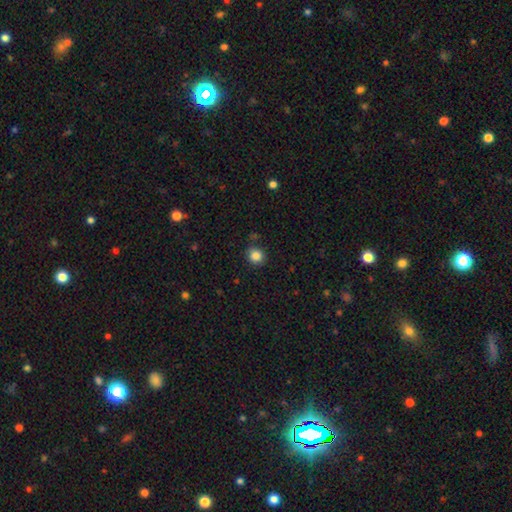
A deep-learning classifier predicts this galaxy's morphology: Overall: smooth (85%). How rounded: round (85%). Merging: none (84%).